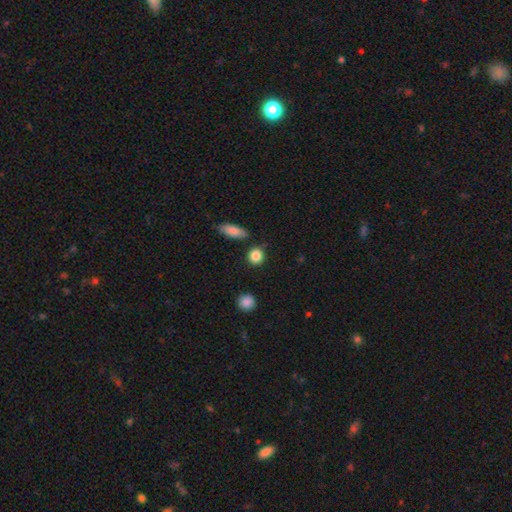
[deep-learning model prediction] A smooth galaxy with no disk features (86%) that is round (84%). Merging: none (83%).